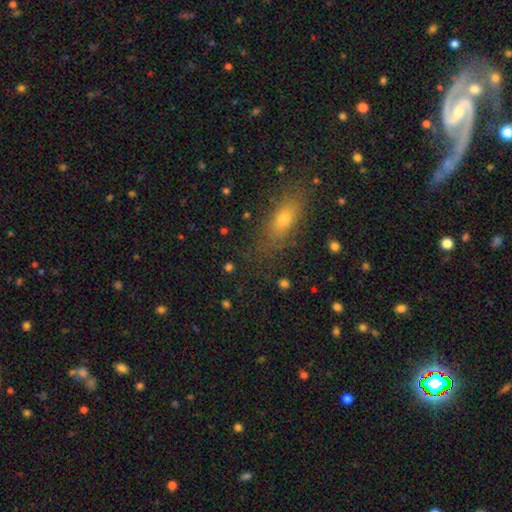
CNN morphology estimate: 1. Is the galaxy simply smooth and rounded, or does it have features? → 63% smooth, 21% star or artifact, 16% featured or disk.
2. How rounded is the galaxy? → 61% in between, 32% cigar-shaped, 8% round.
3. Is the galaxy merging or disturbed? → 82% none, 12% minor disturbance, 4% major disturbance, 2% merger.